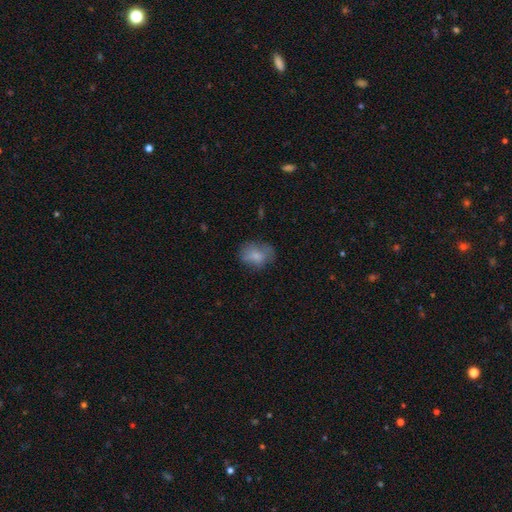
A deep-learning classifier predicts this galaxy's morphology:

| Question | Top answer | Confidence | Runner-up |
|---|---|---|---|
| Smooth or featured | smooth | 74% | featured or disk (17%) |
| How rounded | in between | 68% | round (30%) |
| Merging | none | 56% | minor disturbance (28%) |